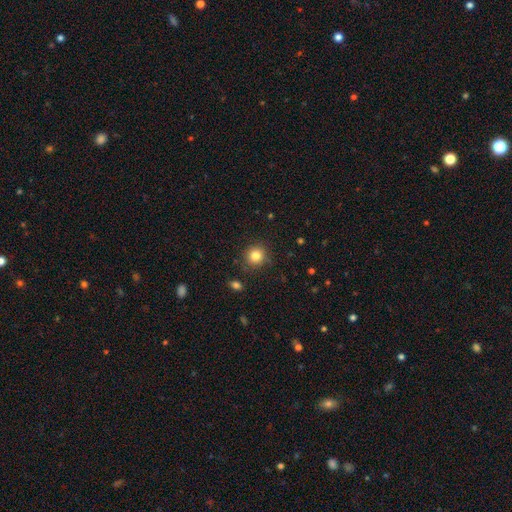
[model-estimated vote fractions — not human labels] smooth-or-featured: smooth: 83% | star or artifact: 11% | featured or disk: 6%
  how-rounded: round: 91% | in between: 8% | cigar-shaped: 1%
  merging: none: 88% | minor disturbance: 8% | major disturbance: 2% | merger: 2%